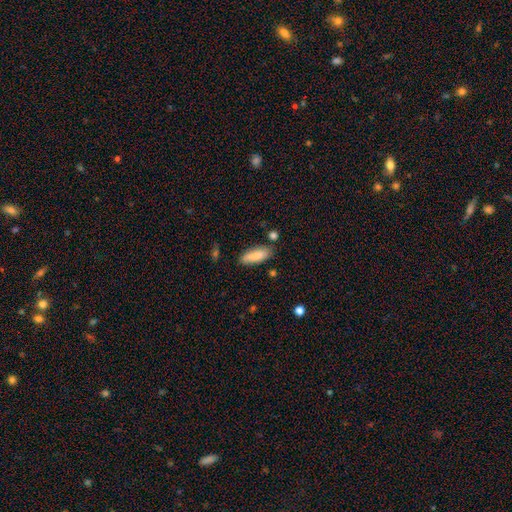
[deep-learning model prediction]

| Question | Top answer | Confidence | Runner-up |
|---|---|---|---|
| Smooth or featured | smooth | 85% | featured or disk (8%) |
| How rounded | in between | 64% | cigar-shaped (35%) |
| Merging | none | 77% | minor disturbance (15%) |